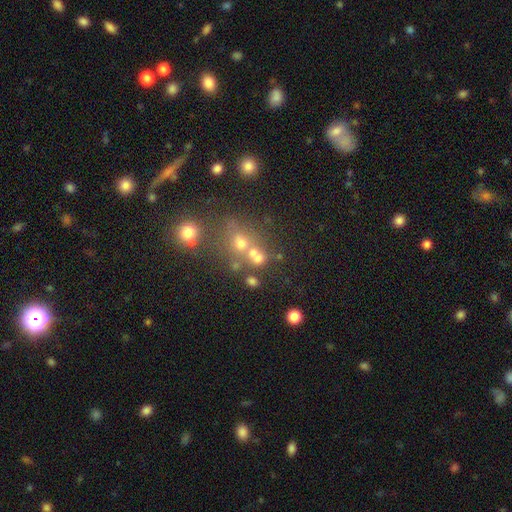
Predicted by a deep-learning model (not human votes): Smooth or featured: smooth — 56% (star or artifact — 24%)
How rounded: round — 70% (in between — 28%)
Merging: none — 43% (merger — 40%)